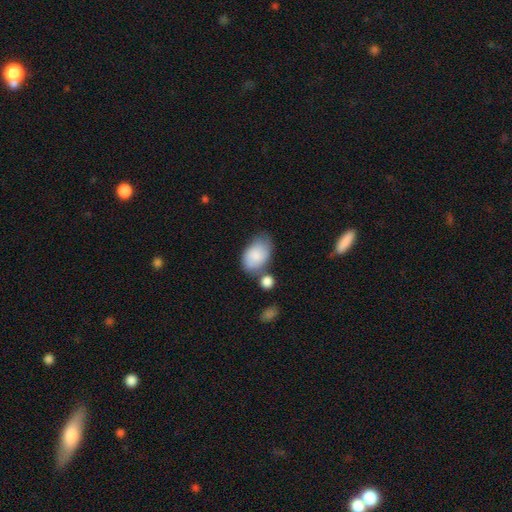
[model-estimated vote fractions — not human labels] Smooth or featured: smooth — 78% (featured or disk — 15%)
How rounded: in between — 90% (round — 9%)
Merging: none — 49% (minor disturbance — 25%)